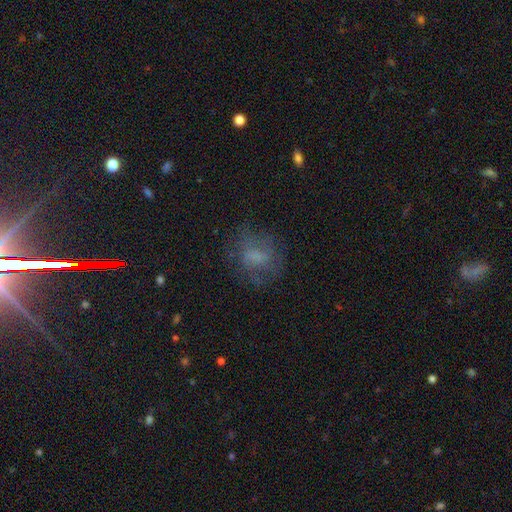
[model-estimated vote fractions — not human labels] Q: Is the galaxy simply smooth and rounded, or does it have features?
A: smooth — 53%.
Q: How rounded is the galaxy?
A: round — 56%.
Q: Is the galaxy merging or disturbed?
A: none — 64%.